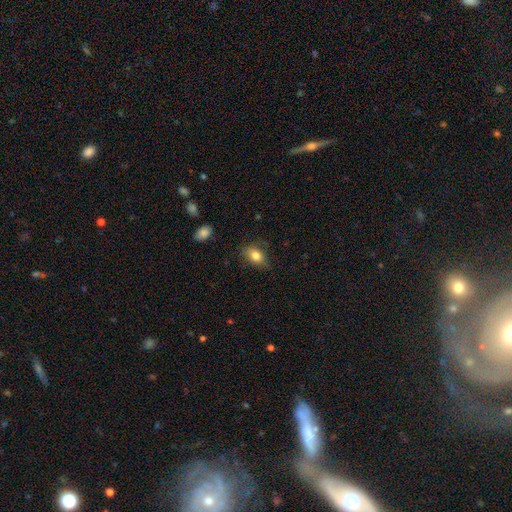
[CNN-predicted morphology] Overall: smooth (81%). How rounded: in between (81%). Merging: none (71%).